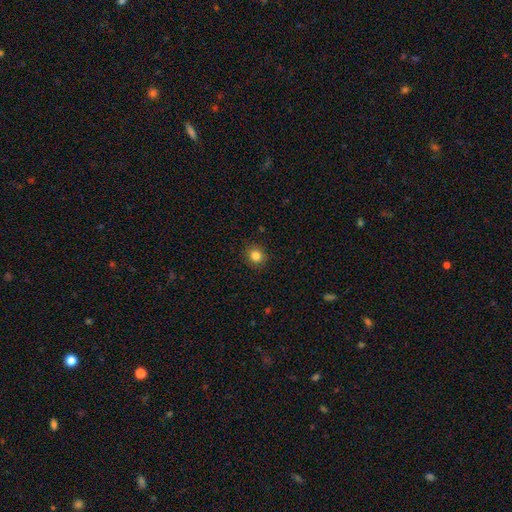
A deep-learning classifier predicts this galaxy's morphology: A smooth galaxy with no disk features (84%) that is round (87%). Merging: none (90%).